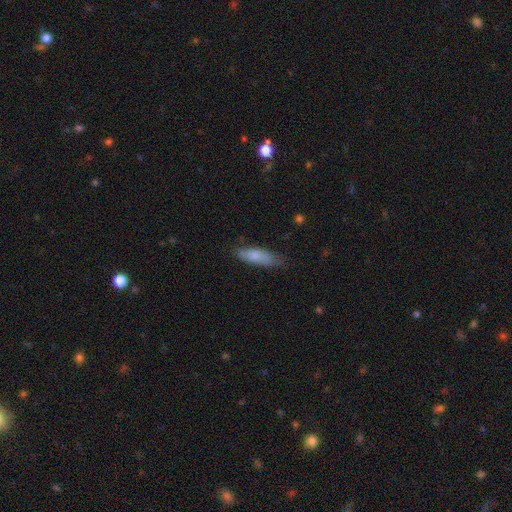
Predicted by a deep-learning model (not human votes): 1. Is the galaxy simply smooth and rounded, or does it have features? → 78% smooth, 16% featured or disk, 6% star or artifact.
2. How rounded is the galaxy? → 52% cigar-shaped, 46% in between, 2% round.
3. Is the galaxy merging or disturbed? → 72% none, 22% minor disturbance, 4% major disturbance, 1% merger.